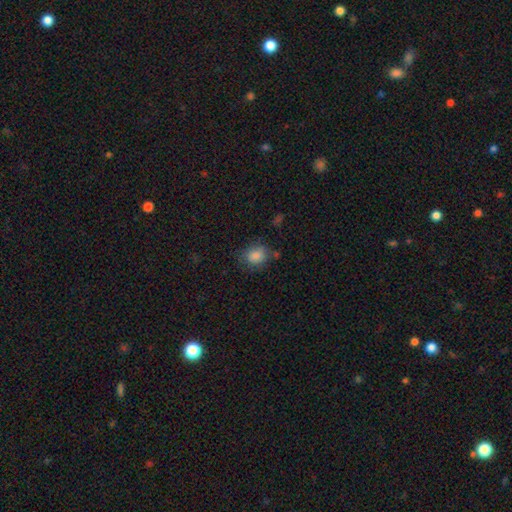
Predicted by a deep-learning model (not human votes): Overall: smooth (85%). How rounded: round (57%; in between 42%). Merging: none (70%).